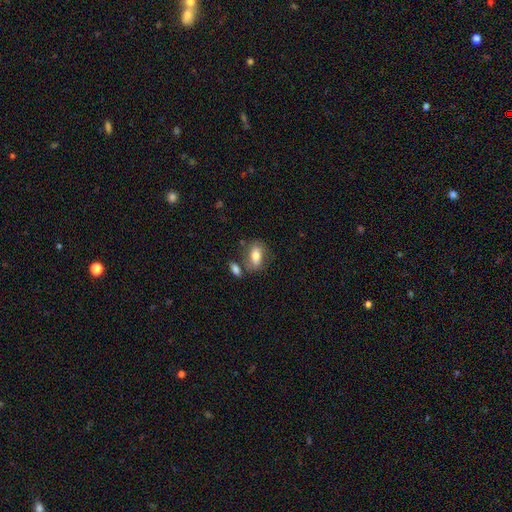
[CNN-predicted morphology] Smooth or featured?
  - smooth: 76% *
  - featured or disk: 17%
  - star or artifact: 7%
How rounded?
  - in between: 86% *
  - round: 8%
  - cigar-shaped: 6%
Merging?
  - none: 63% *
  - merger: 17%
  - minor disturbance: 15%
  - major disturbance: 5%